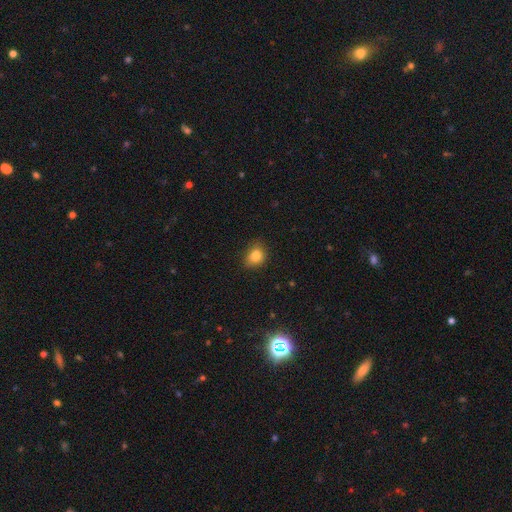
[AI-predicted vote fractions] This appears to be a smooth galaxy with no disk features (83%) that is round (52%). Merging: none (76%).